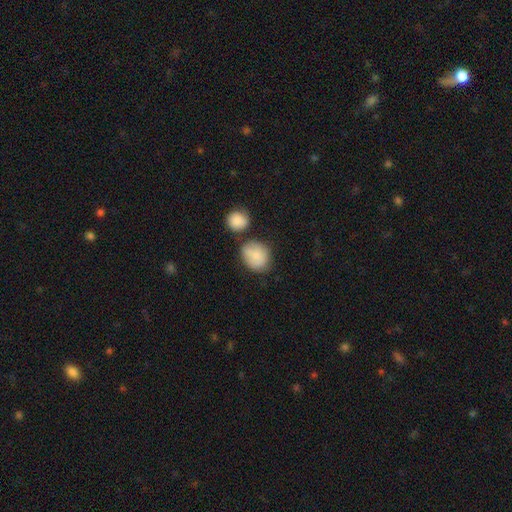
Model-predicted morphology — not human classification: This is clearly a smooth galaxy (83%). How rounded: likely round (64%). Merging: possibly none (55%).